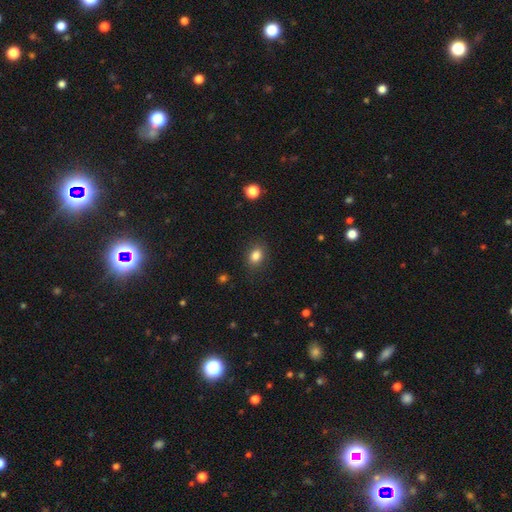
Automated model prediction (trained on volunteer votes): smooth_or_featured: smooth (p=0.84) [alt: star or artifact p=0.10]
how_rounded: in between (p=0.62) [alt: round p=0.37]
merging: none (p=0.84) [alt: minor disturbance p=0.11]